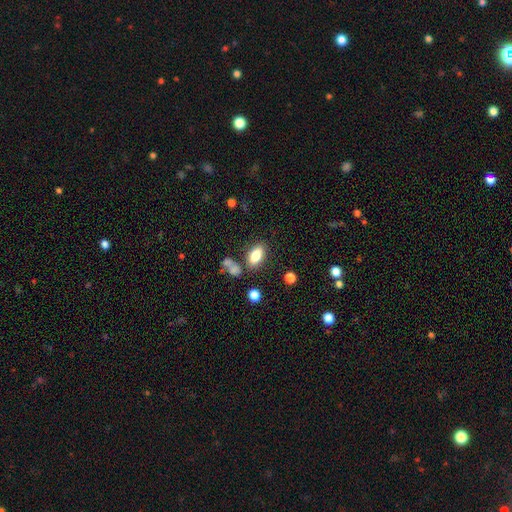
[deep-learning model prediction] Smooth or featured?
  - smooth: 81% *
  - featured or disk: 10%
  - star or artifact: 9%
How rounded?
  - in between: 89% *
  - cigar-shaped: 5%
  - round: 5%
Merging?
  - none: 72% *
  - minor disturbance: 13%
  - merger: 11%
  - major disturbance: 5%